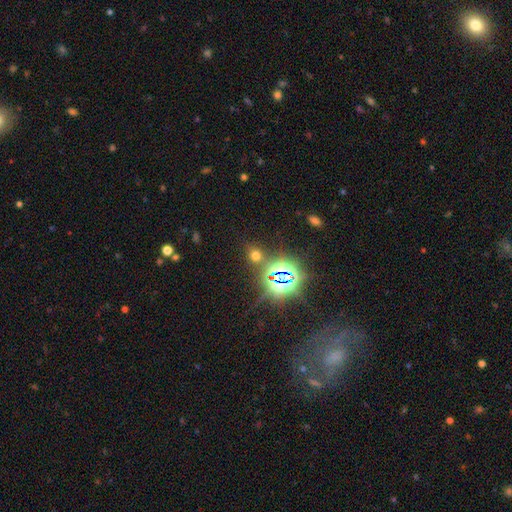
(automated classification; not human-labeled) smooth_or_featured: smooth (p=0.48) [alt: star or artifact p=0.45]
merging: none (p=0.79) [alt: merger p=0.09]